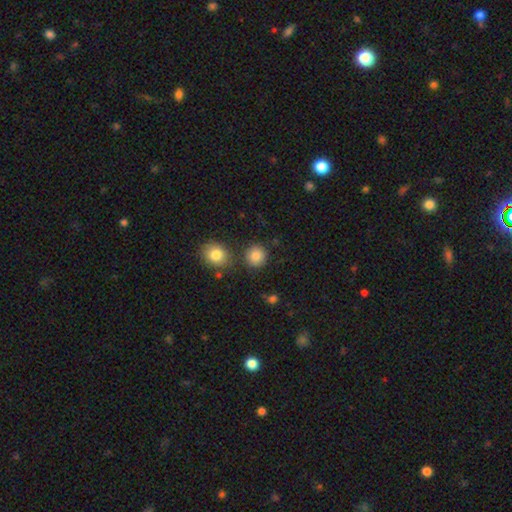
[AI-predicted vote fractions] Q: Smooth or featured?
A: smooth (84%); runner-up: star or artifact (10%)
Q: How rounded?
A: round (90%); runner-up: in between (9%)
Q: Merging?
A: none (83%); runner-up: minor disturbance (8%)